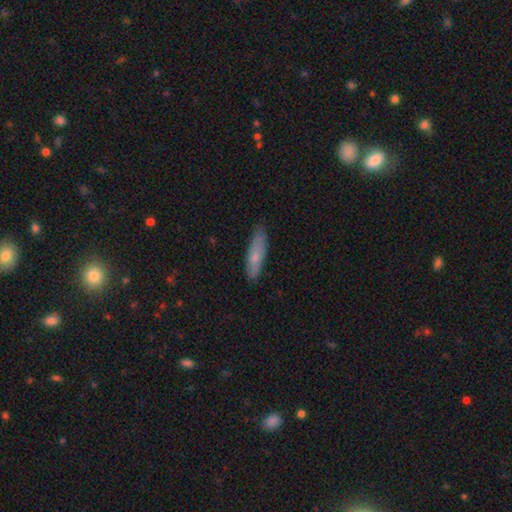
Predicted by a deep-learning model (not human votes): A smooth galaxy with no disk features (69%) that is cigar-shaped (67%).

Vote fractions:
- Smooth or featured? smooth: 69% / featured or disk: 25% / star or artifact: 6%
- How rounded? cigar-shaped: 67% / in between: 31% / round: 2%
- Merging? none: 80% / minor disturbance: 16% / major disturbance: 2% / merger: 1%